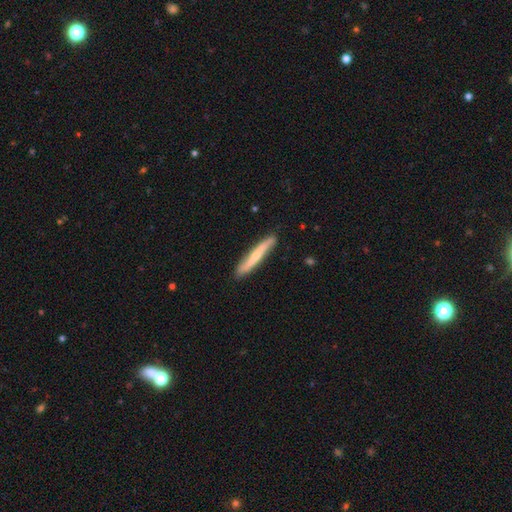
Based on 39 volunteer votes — A smooth galaxy with no disk features (51%) that is cigar-shaped (95%).

Vote fractions:
- Smooth or featured? smooth: 51% / featured or disk: 44% / star or artifact: 5%
- How rounded? cigar-shaped: 95% / round: 5% / in between: 0%
- Merging? none: 95% / minor disturbance: 3% / merger: 3% / major disturbance: 0%